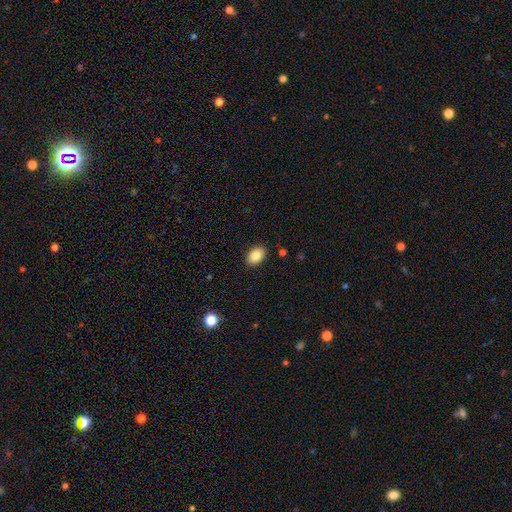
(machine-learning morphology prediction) The model was most divided on "how rounded": in between: 81%, round: 18%, cigar-shaped: 1%. More confident: merging — none (89%); smooth or featured — smooth (86%).